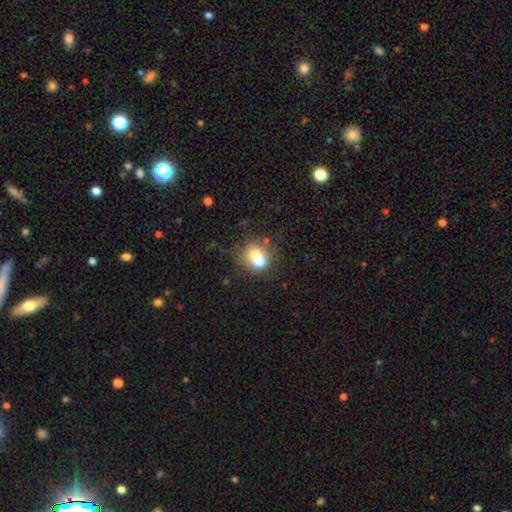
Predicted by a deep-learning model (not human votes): Smooth or featured: smooth — 63% (featured or disk — 25%)
How rounded: round — 71% (in between — 28%)
Merging: merger — 48% (none — 38%)